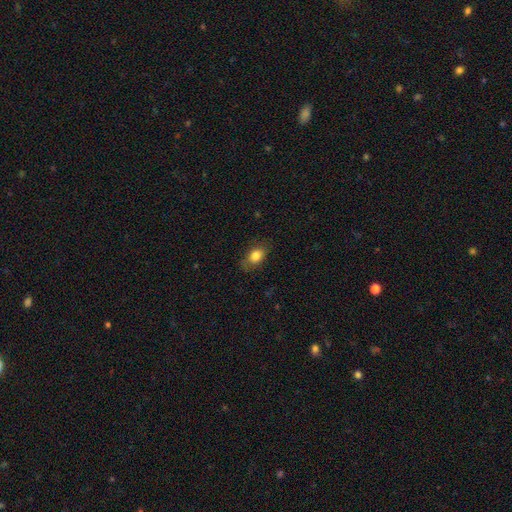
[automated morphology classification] smooth-or-featured: smooth: 82% | featured or disk: 10% | star or artifact: 9%
  how-rounded: in between: 80% | round: 18% | cigar-shaped: 2%
  merging: none: 76% | minor disturbance: 17% | major disturbance: 5% | merger: 1%